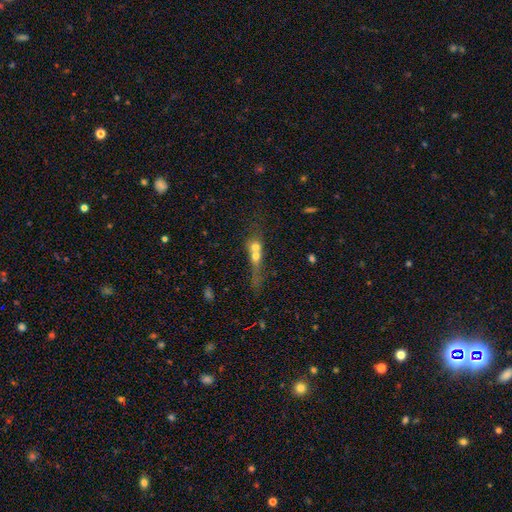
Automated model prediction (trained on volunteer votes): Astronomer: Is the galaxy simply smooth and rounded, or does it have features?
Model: smooth — 55% (runner-up: featured or disk, 32%).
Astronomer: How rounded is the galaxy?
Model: round — 49% (runner-up: in between, 28%).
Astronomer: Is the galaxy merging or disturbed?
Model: merger — 69%.